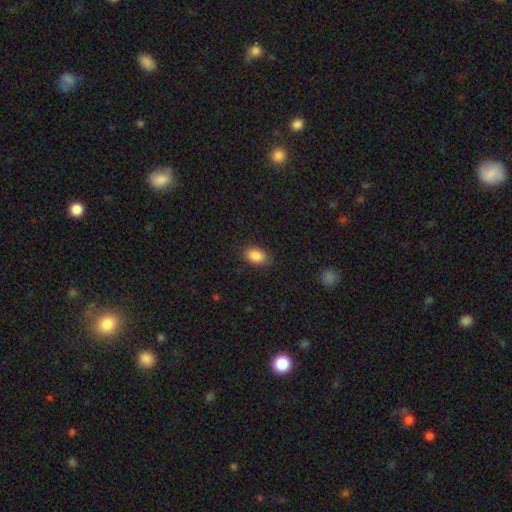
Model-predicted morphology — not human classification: Smooth or featured?
  - smooth: 88% *
  - star or artifact: 8%
  - featured or disk: 4%
How rounded?
  - in between: 87% *
  - round: 11%
  - cigar-shaped: 2%
Merging?
  - none: 83% *
  - minor disturbance: 13%
  - major disturbance: 3%
  - merger: 1%